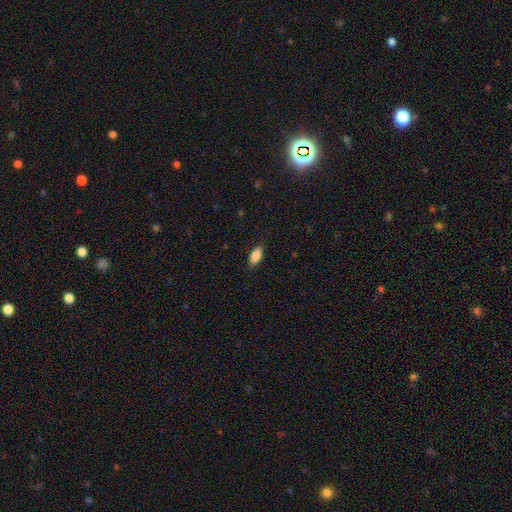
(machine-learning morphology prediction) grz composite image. It shows a smooth galaxy with no disk features (86%) that is in between round and cigar-shaped (84%). Merging: none (86%).